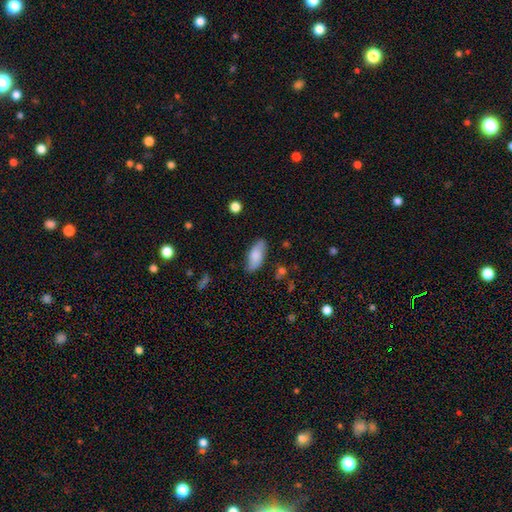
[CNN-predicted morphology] smooth_or_featured: smooth (p=0.77) [alt: featured or disk p=0.16]
how_rounded: in between (p=0.86) [alt: cigar-shaped p=0.12]
merging: none (p=0.79) [alt: minor disturbance p=0.16]